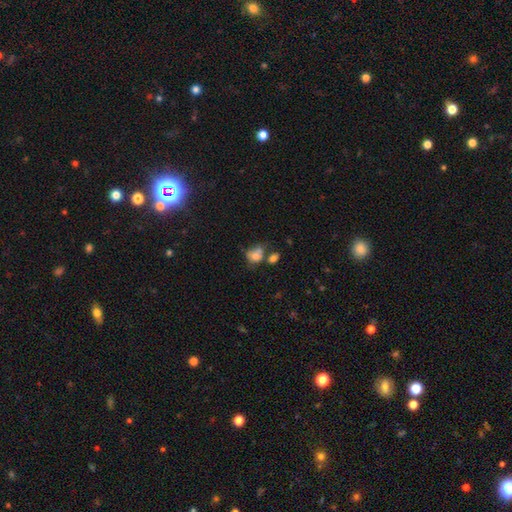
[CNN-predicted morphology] Smooth or featured? Predicted: smooth (p=0.71). How rounded? Predicted: round (p=0.50). Merging? Predicted: merger (p=0.35).